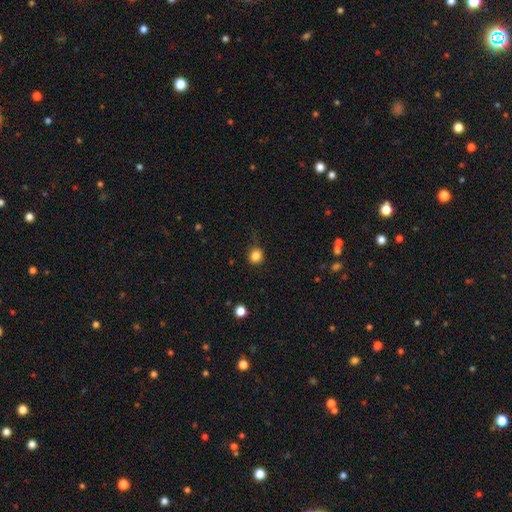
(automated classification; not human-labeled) smooth 84%, star or artifact 11%, featured or disk 4%. Down the decision tree: how rounded — round (82%); merging — none (79%).